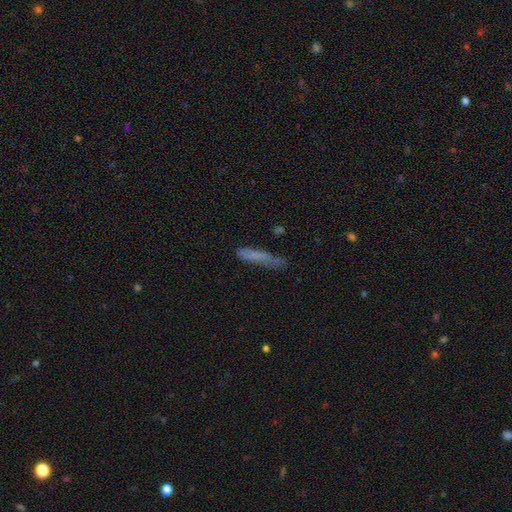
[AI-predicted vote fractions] Smooth or featured: smooth — 65% (featured or disk — 25%)
How rounded: cigar-shaped — 88% (in between — 10%)
Merging: none — 56% (minor disturbance — 27%)